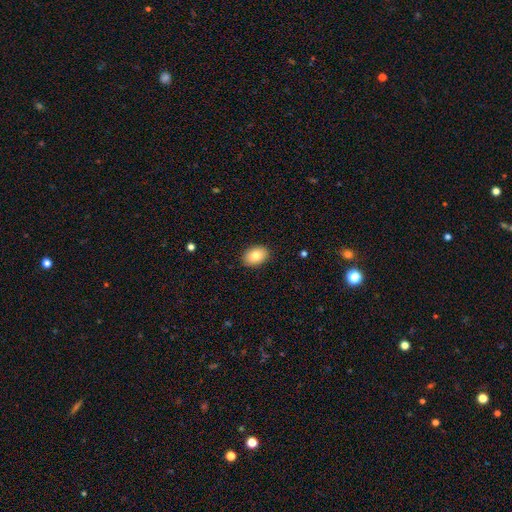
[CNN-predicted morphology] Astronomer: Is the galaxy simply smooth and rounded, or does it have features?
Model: smooth — 81%.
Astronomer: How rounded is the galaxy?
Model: in between — 80%.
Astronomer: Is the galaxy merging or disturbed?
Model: none — 89%.